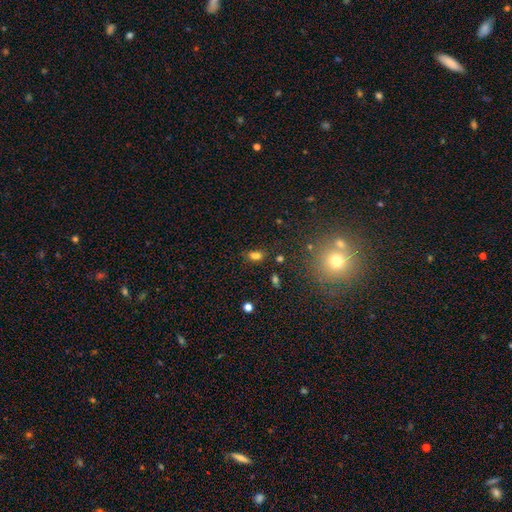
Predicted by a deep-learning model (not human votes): A smooth galaxy with no disk features (71%) that is in between round and cigar-shaped (83%). Merging: none (63%).